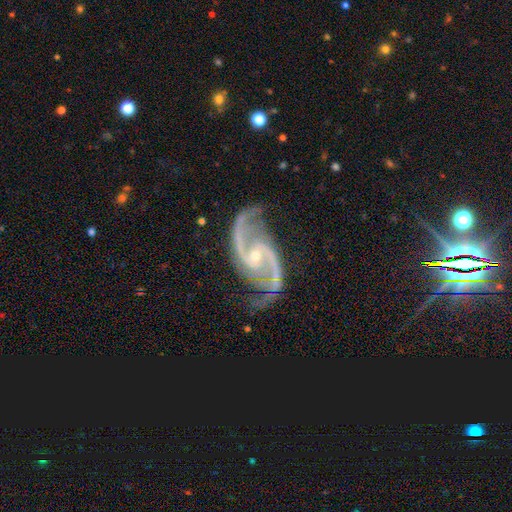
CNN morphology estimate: smooth-or-featured: featured or disk: 93% | star or artifact: 5% | smooth: 2%
  disk-edge-on: no: 98% | yes: 2%
    bar: no: 47% | weak: 34% | strong: 19%
    has-spiral-arms: yes: 99% | no: 1%
      spiral-winding: medium: 55% | loose: 31% | tight: 14%
      spiral-arm-count: 2: 91% | 3: 3% | can't tell: 2% | 4: 2% | 1: 2% | more than 4: 1%
    bulge-size: small: 72% | moderate: 25% | none: 1% | large: 1% | dominant: 1%
  merging: none: 71% | minor disturbance: 18% | major disturbance: 9% | merger: 2%